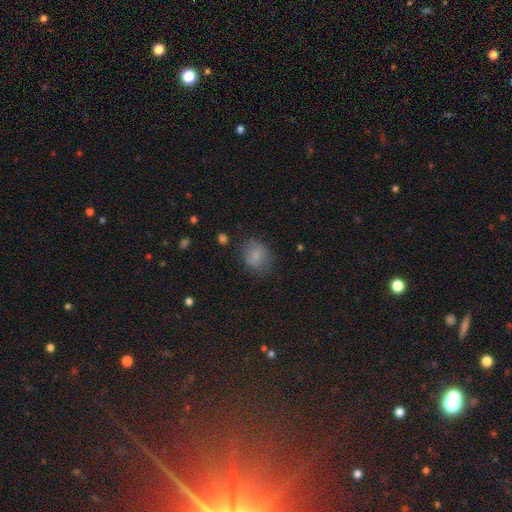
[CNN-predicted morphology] smooth_or_featured: smooth (p=0.79) [alt: star or artifact p=0.11]
how_rounded: round (p=0.58) [alt: in between p=0.41]
merging: none (p=0.70) [alt: minor disturbance p=0.21]